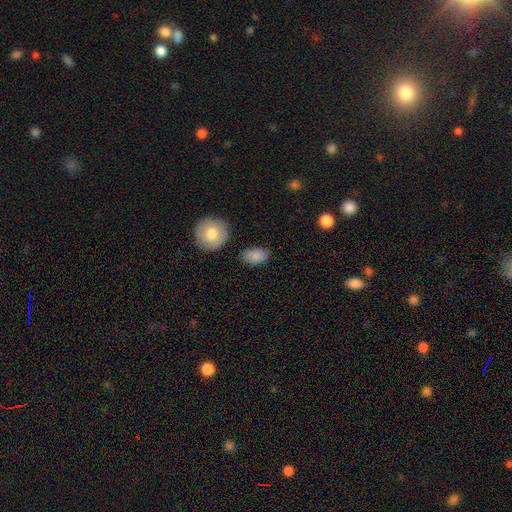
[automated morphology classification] Smooth or featured? smooth (87%)
How rounded? in between (86%)
Merging? none (80%)